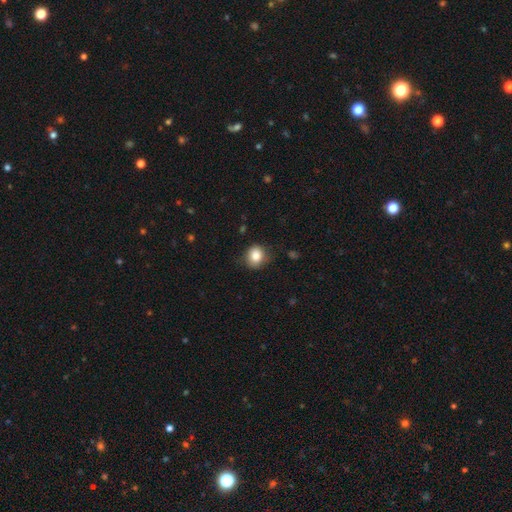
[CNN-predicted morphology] smooth-or-featured: smooth: 84% | star or artifact: 9% | featured or disk: 6%
  how-rounded: round: 75% | in between: 24% | cigar-shaped: 1%
  merging: none: 76% | minor disturbance: 18% | major disturbance: 4% | merger: 1%